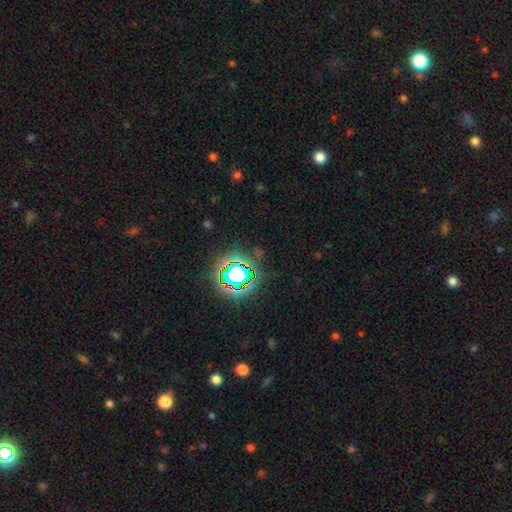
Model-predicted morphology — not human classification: This appears to be a star or artifact, not a galaxy (75%).